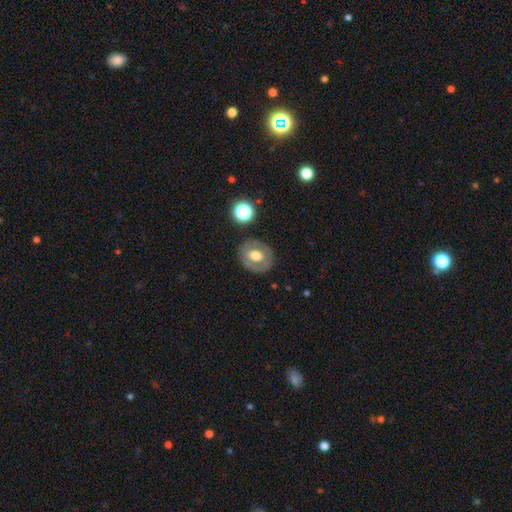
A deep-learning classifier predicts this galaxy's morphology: Smooth or featured? Predicted: smooth (p=0.47). Merging? Predicted: none (p=0.82).